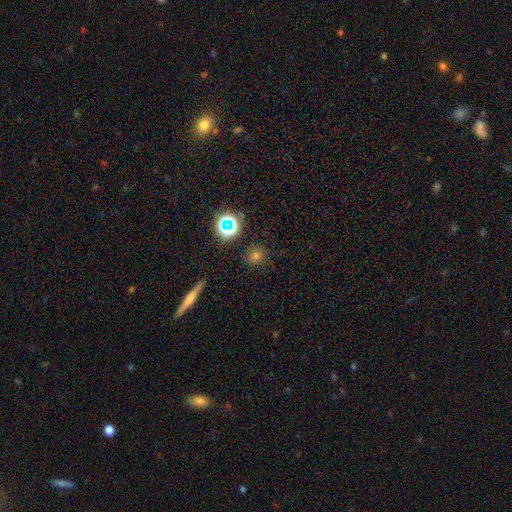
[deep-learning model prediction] Smooth or featured: smooth — 60% (star or artifact — 27%)
How rounded: round — 86% (in between — 11%)
Merging: none — 87% (minor disturbance — 9%)